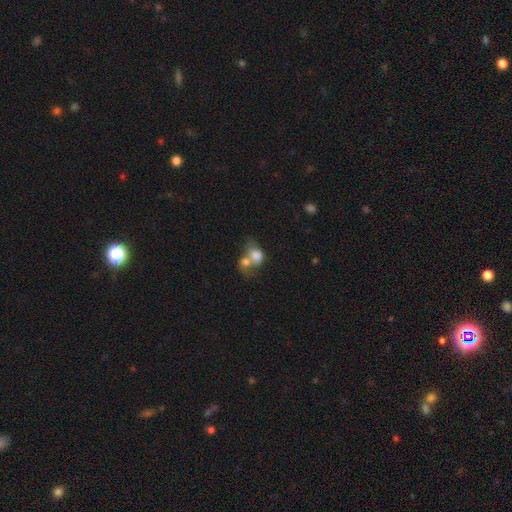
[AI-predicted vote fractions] This appears to be a smooth galaxy with no disk features (73%) that is in between round and cigar-shaped (56%). Merging: merger (73%).